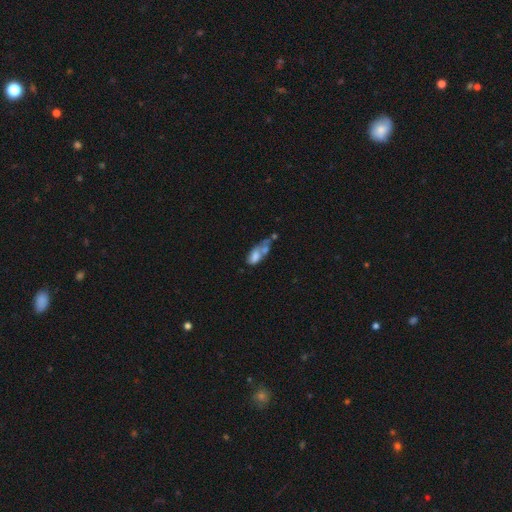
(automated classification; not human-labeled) A smooth galaxy with no disk features (57%) that is in between round and cigar-shaped (82%). Merging: merger (44%).